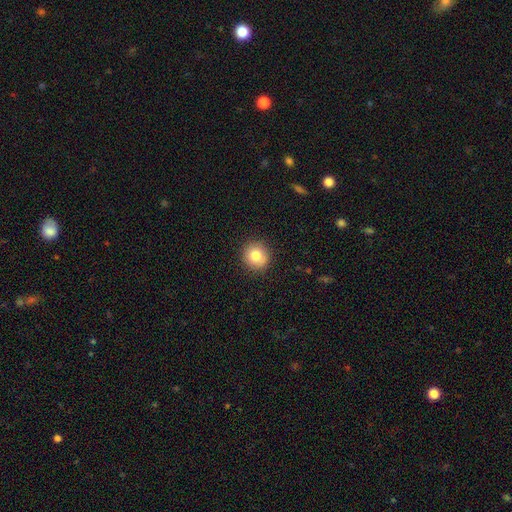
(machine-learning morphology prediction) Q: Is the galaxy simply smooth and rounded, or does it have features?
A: smooth — 81%.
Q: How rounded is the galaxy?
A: round — 91%.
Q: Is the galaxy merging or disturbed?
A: none — 88%.